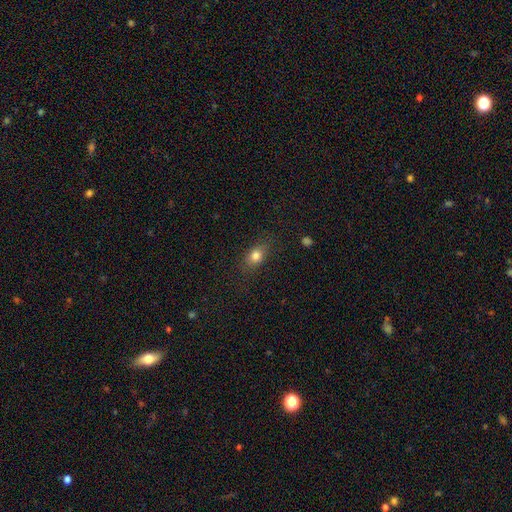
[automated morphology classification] A smooth galaxy with no disk features (80%) that is in between round and cigar-shaped (68%).

Vote fractions:
- Smooth or featured? smooth: 80% / star or artifact: 10% / featured or disk: 10%
- How rounded? in between: 68% / round: 27% / cigar-shaped: 5%
- Merging? none: 79% / minor disturbance: 15% / major disturbance: 5% / merger: 1%